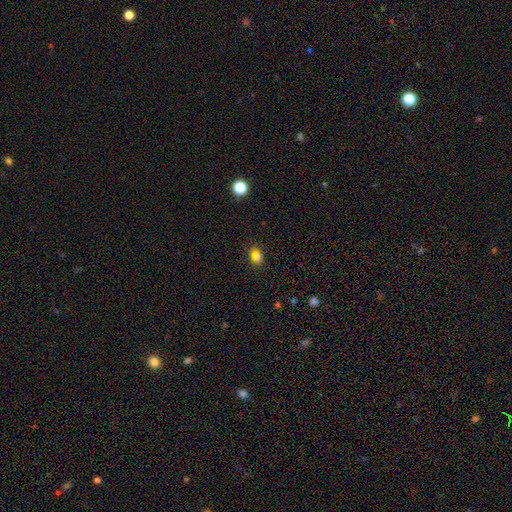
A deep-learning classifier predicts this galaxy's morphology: smooth_or_featured: smooth (p=0.69) [alt: star or artifact p=0.23]
how_rounded: round (p=0.55) [alt: in between p=0.43]
merging: none (p=0.80) [alt: minor disturbance p=0.13]